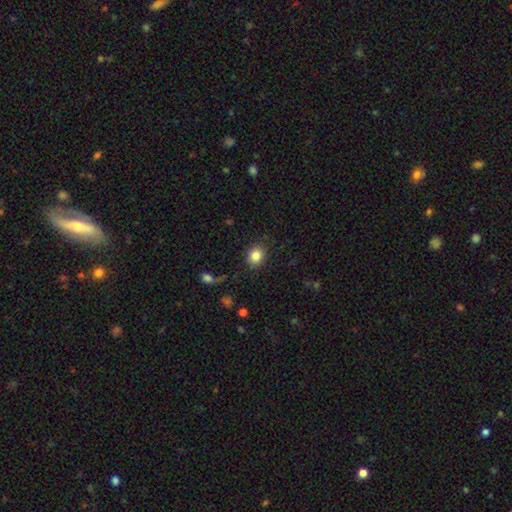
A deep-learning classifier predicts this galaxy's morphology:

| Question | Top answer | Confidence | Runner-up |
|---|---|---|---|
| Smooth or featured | smooth | 84% | star or artifact (9%) |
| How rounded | round | 62% | in between (37%) |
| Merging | none | 87% | minor disturbance (8%) |